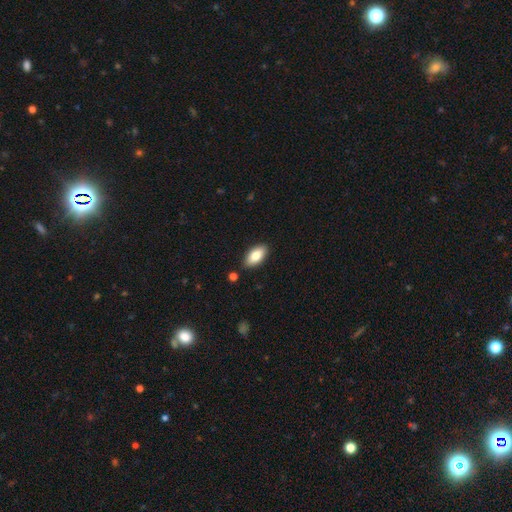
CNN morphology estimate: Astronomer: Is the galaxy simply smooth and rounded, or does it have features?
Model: smooth — 81%.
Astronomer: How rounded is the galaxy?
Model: in between — 91%.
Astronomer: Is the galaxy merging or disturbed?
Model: none — 87%.